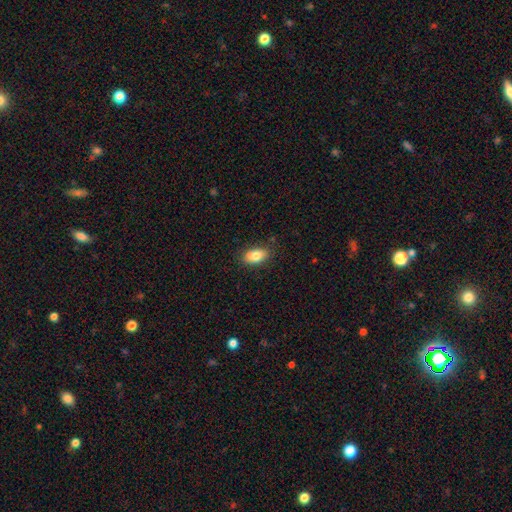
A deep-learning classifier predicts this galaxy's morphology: A smooth galaxy with no disk features (81%) that is in between round and cigar-shaped (90%).

Vote fractions:
- Smooth or featured? smooth: 81% / featured or disk: 12% / star or artifact: 8%
- How rounded? in between: 90% / round: 6% / cigar-shaped: 4%
- Merging? none: 84% / minor disturbance: 12% / major disturbance: 3% / merger: 1%